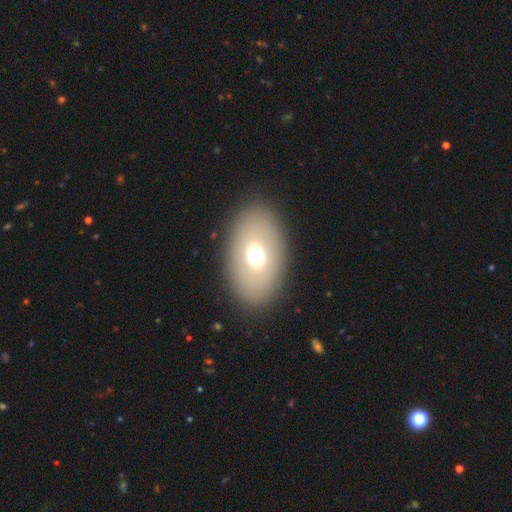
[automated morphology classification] Smooth or featured?
  - smooth: 65% *
  - featured or disk: 24%
  - star or artifact: 12%
How rounded?
  - in between: 83% *
  - round: 16%
  - cigar-shaped: 2%
Merging?
  - none: 87% *
  - minor disturbance: 7%
  - major disturbance: 4%
  - merger: 1%